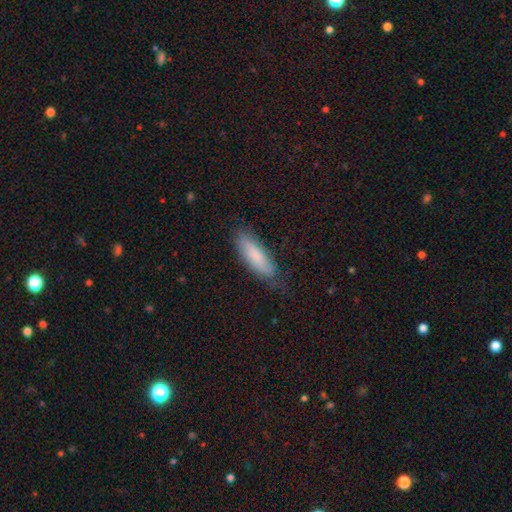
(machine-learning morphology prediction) smooth-or-featured: smooth: 76% | featured or disk: 18% | star or artifact: 6%
  how-rounded: in between: 51% | cigar-shaped: 47% | round: 2%
  merging: none: 73% | minor disturbance: 21% | major disturbance: 5% | merger: 1%